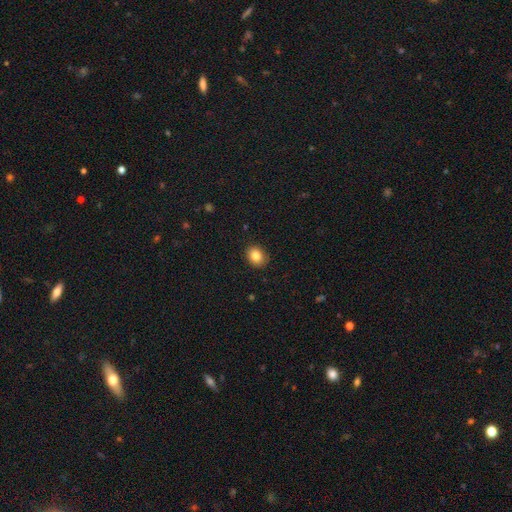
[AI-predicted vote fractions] smooth 84%, star or artifact 10%, featured or disk 7%. Down the decision tree: how rounded — round (50%); merging — none (88%).